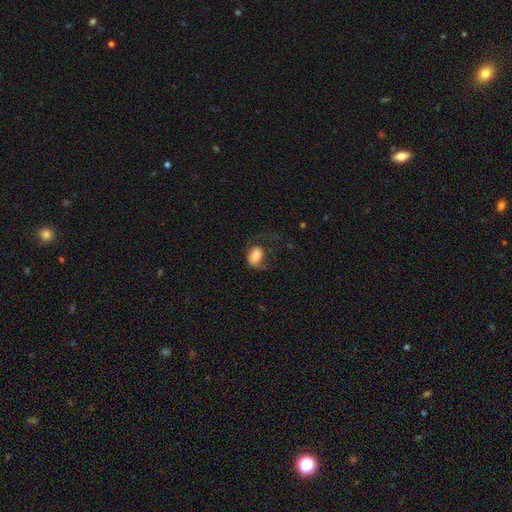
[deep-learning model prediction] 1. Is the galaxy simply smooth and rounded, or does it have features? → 75% smooth, 17% featured or disk, 9% star or artifact.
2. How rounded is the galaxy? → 79% in between, 20% round, 1% cigar-shaped.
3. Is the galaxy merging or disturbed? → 46% major disturbance, 29% none, 22% minor disturbance, 3% merger.